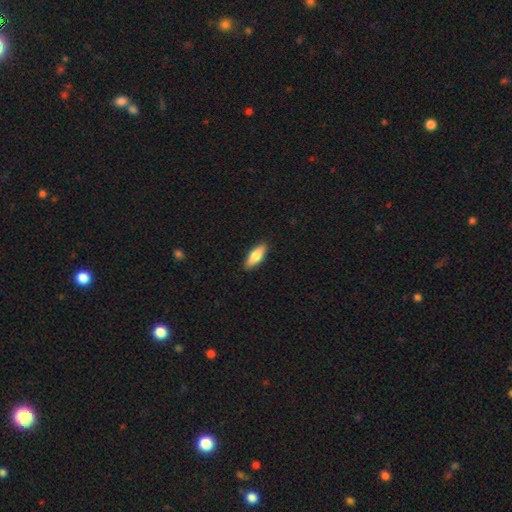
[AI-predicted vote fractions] Smooth or featured? Predicted: smooth (p=0.76). How rounded? Predicted: in between (p=0.67). Merging? Predicted: none (p=0.89).